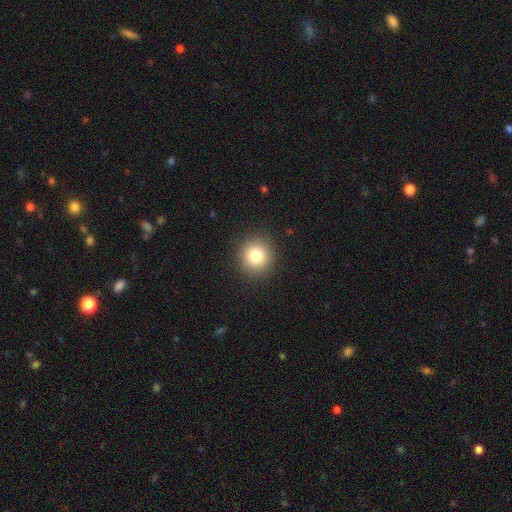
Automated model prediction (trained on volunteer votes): Smooth or featured? smooth (83%)
How rounded? round (92%)
Merging? none (91%)